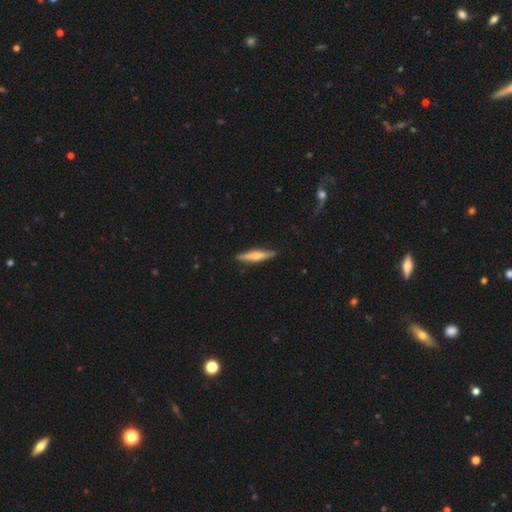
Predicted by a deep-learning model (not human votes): Smooth or featured: smooth — 50% (featured or disk — 44%)
How rounded: cigar-shaped — 88% (in between — 10%)
Merging: none — 89% (minor disturbance — 8%)